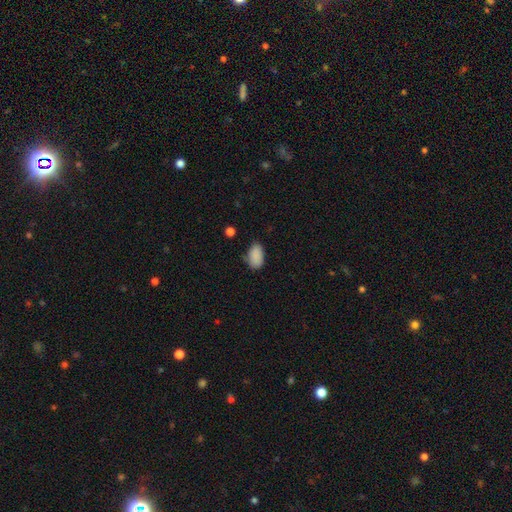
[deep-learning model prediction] smooth_or_featured: smooth (p=0.88) [alt: star or artifact p=0.08]
how_rounded: in between (p=0.92) [alt: round p=0.06]
merging: none (p=0.72) [alt: minor disturbance p=0.21]